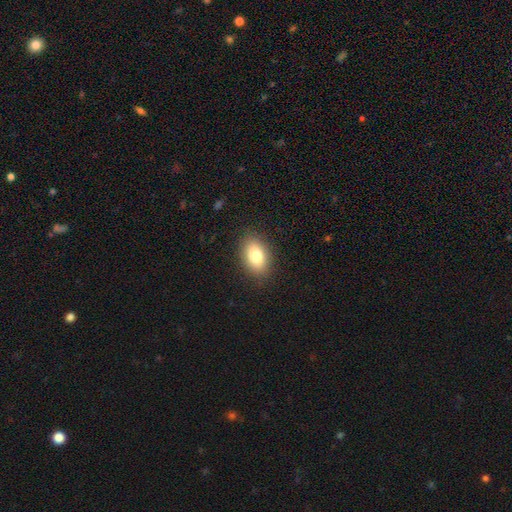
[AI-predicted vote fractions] smooth 80%, featured or disk 11%, star or artifact 9%. Down the decision tree: how rounded — in between (87%); merging — none (88%).